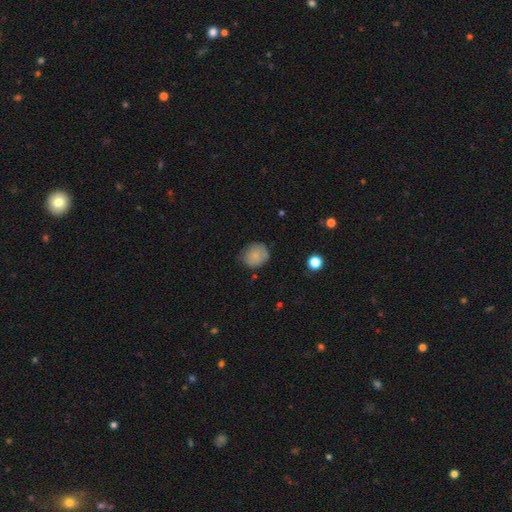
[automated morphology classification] smooth 80%, featured or disk 12%, star or artifact 8%. Down the decision tree: how rounded — round (71%); merging — none (67%).